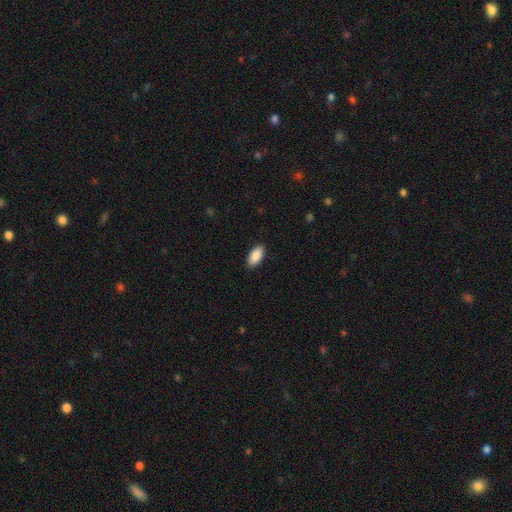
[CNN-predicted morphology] Q: Smooth or featured?
A: smooth (89%); runner-up: star or artifact (6%)
Q: How rounded?
A: in between (92%); runner-up: cigar-shaped (6%)
Q: Merging?
A: none (89%); runner-up: minor disturbance (8%)